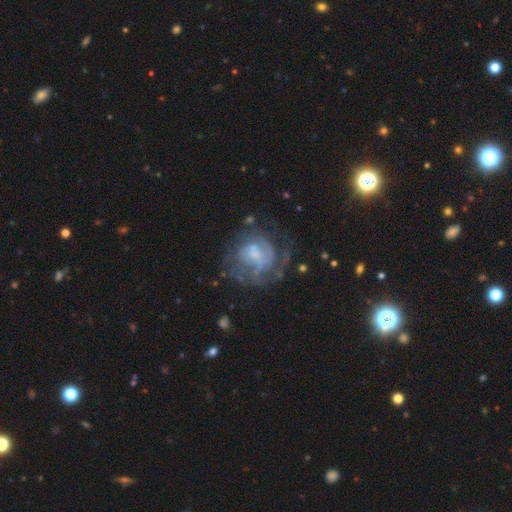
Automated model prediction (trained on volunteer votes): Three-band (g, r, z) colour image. It shows a featured or disk galaxy (66%) with no bar (64%), spiral arms (62%) and a small central bulge (34%). Merging: none (52%).